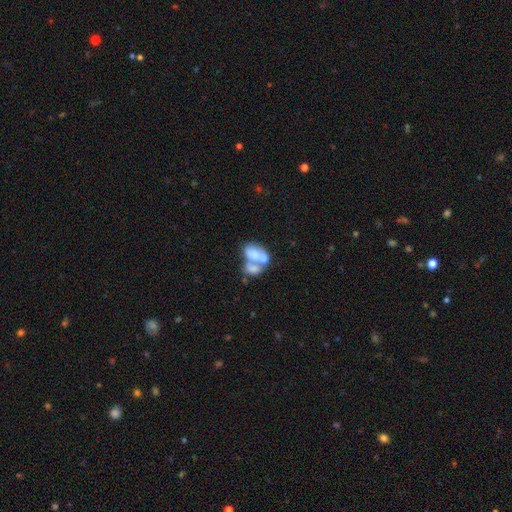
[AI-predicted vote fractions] Smooth or featured?
  - smooth: 47% *
  - featured or disk: 44%
  - star or artifact: 9%
Merging?
  - merger: 68% *
  - none: 13%
  - major disturbance: 10%
  - minor disturbance: 8%